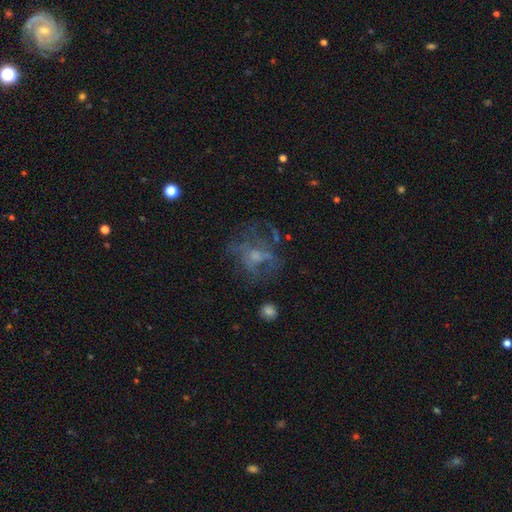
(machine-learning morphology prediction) smooth-or-featured: featured or disk: 56% | smooth: 24% | star or artifact: 20%
  disk-edge-on: no: 96% | yes: 4%
    bar: no: 76% | weak: 20% | strong: 4%
    has-spiral-arms: no: 66% | yes: 34%
    bulge-size: small: 39% | moderate: 36% | none: 20% | large: 4% | dominant: 1%
  merging: none: 55% | major disturbance: 25% | minor disturbance: 17% | merger: 3%